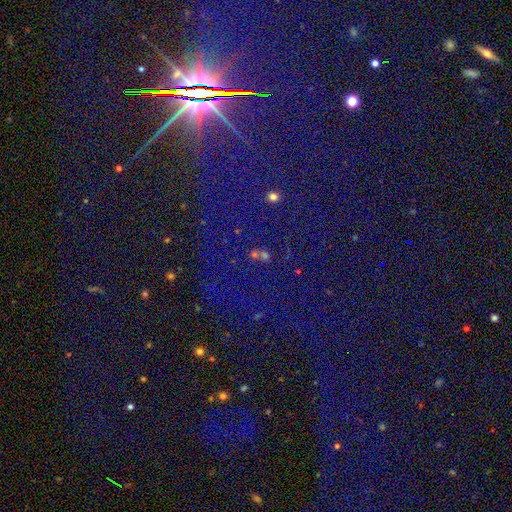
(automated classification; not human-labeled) Overall: star or artifact (85%).